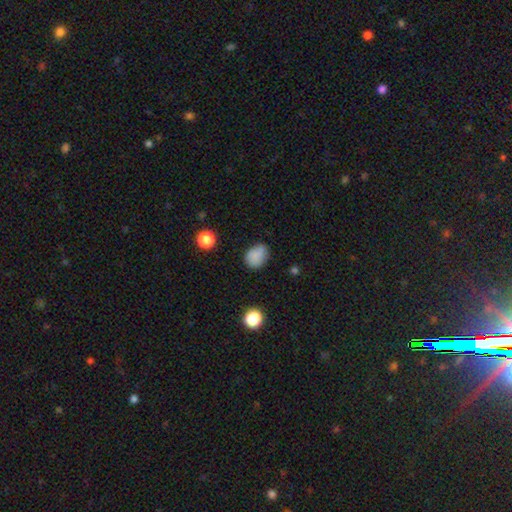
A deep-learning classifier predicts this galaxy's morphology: Smooth or featured? Predicted: smooth (p=0.83). How rounded? Predicted: in between (p=0.59). Merging? Predicted: none (p=0.65).